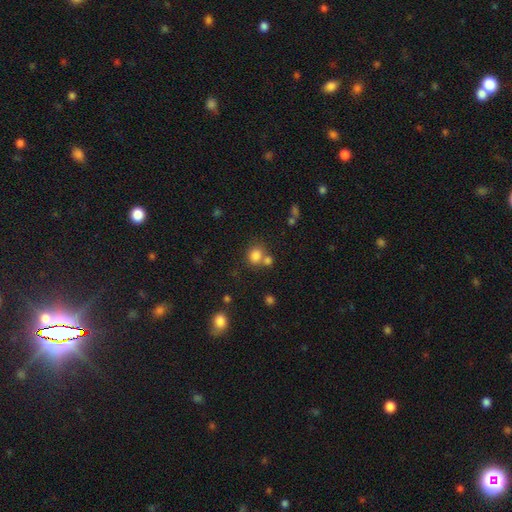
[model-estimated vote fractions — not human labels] Morphology: type=smooth (81%); roundness=round (71%); merging=none (55%).